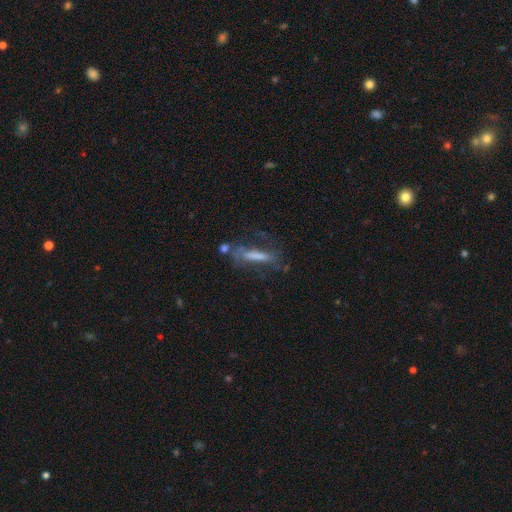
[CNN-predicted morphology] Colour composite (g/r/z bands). It shows a featured or disk galaxy (52%). Merging: none (53%).